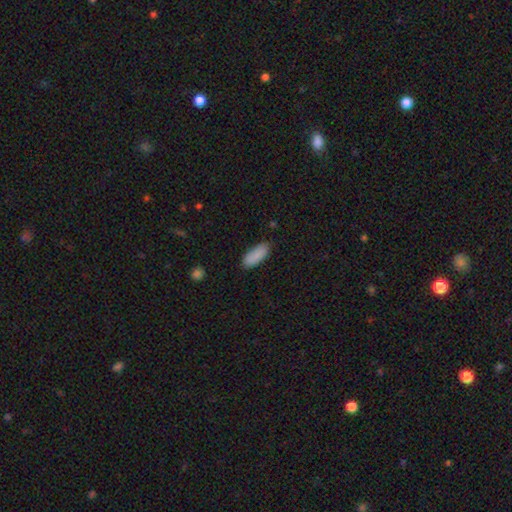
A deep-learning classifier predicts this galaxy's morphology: Smooth or featured? smooth (88%)
How rounded? in between (79%)
Merging? none (84%)